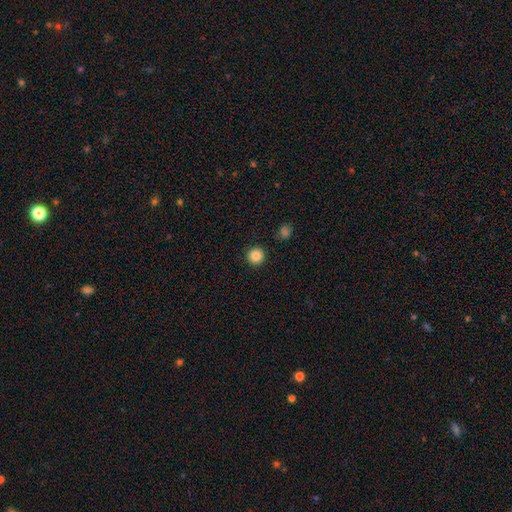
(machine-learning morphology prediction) Smooth or featured: smooth — 86% (star or artifact — 10%)
How rounded: round — 96% (in between — 4%)
Merging: none — 92% (minor disturbance — 5%)